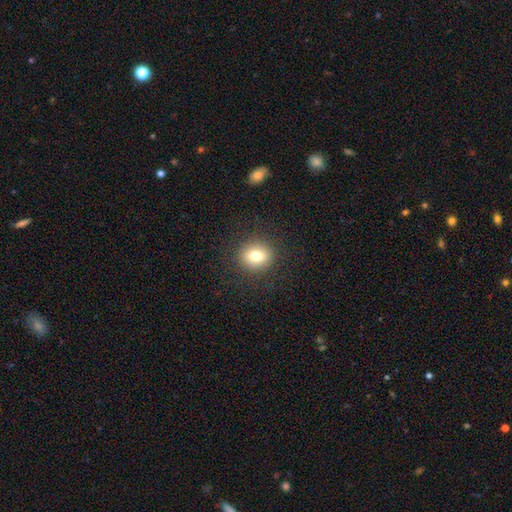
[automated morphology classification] Smooth or featured? Predicted: smooth (p=0.77). How rounded? Predicted: round (p=0.76). Merging? Predicted: none (p=0.89).